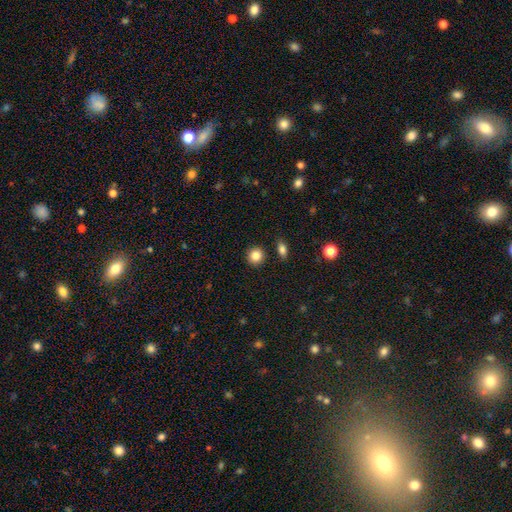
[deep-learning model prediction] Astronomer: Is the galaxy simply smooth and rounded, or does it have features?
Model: smooth — 84%.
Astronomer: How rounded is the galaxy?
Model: round — 88%.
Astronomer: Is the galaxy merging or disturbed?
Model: none — 89%.